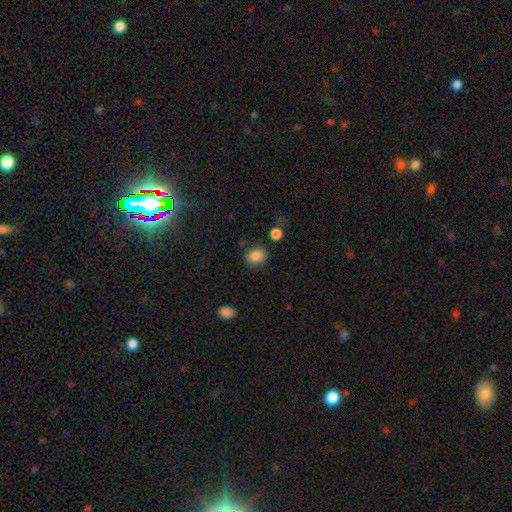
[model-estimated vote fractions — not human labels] Smooth or featured: smooth — 85% (star or artifact — 10%)
How rounded: in between — 58% (round — 41%)
Merging: none — 79% (minor disturbance — 14%)